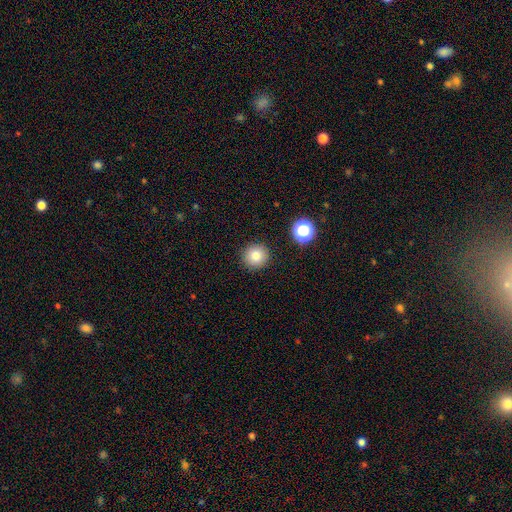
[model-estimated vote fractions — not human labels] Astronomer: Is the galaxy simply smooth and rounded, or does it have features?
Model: smooth — 81%.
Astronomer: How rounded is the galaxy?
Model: round — 94%.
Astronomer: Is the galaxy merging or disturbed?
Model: none — 90%.